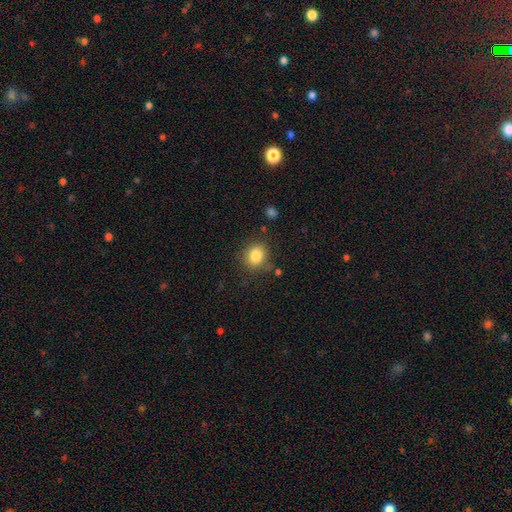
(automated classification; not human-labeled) smooth 83%, star or artifact 10%, featured or disk 7%. Down the decision tree: how rounded — round (78%); merging — none (82%).